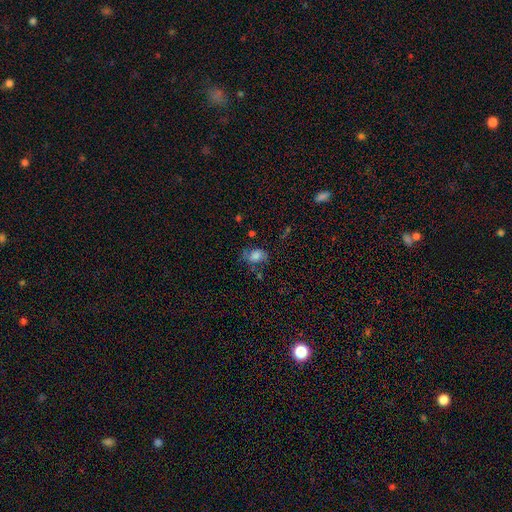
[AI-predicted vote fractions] A smooth galaxy with no disk features (70%) that is in between round and cigar-shaped (68%).

Vote fractions:
- Smooth or featured? smooth: 70% / featured or disk: 17% / star or artifact: 12%
- How rounded? in between: 68% / round: 30% / cigar-shaped: 1%
- Merging? none: 50% / minor disturbance: 28% / major disturbance: 15% / merger: 6%